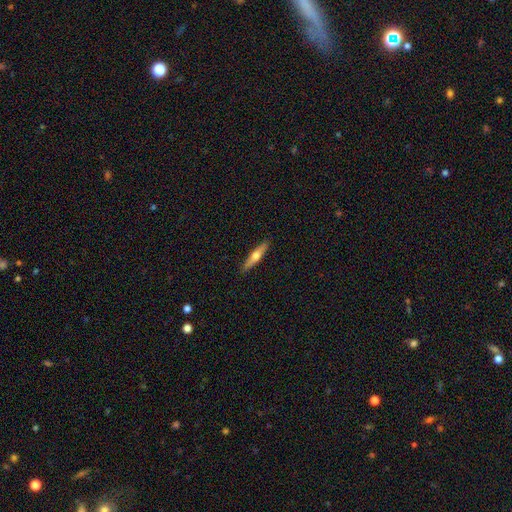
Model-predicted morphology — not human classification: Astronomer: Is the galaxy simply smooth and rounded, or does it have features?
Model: featured or disk — 50% (runner-up: smooth, 45%).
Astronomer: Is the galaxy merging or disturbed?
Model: none — 91%.